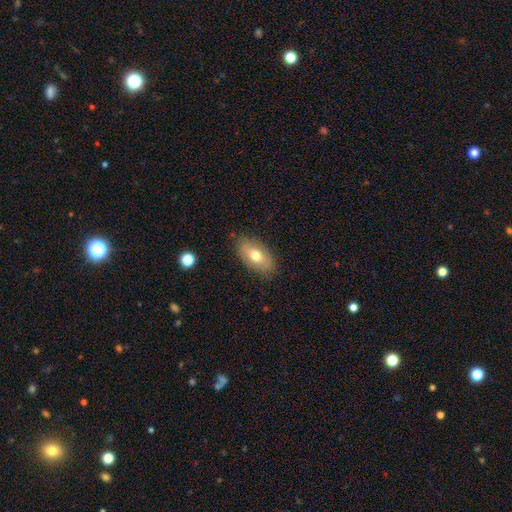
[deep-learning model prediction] This appears to be a smooth galaxy with no disk features (67%) that is in between round and cigar-shaped (92%). Merging: none (82%).